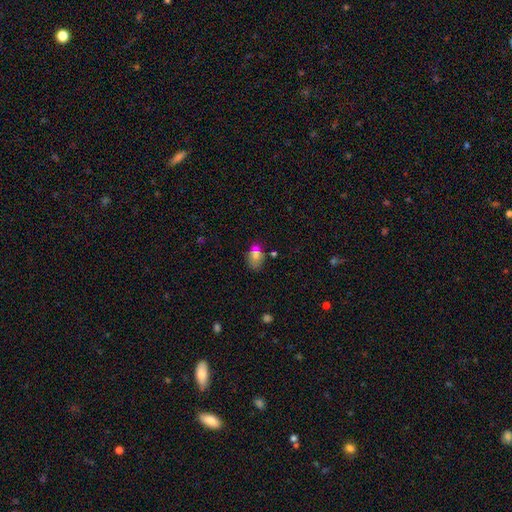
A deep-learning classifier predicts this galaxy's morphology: Smooth or featured: smooth — 69% (star or artifact — 20%)
How rounded: in between — 81% (round — 17%)
Merging: none — 67% (minor disturbance — 18%)